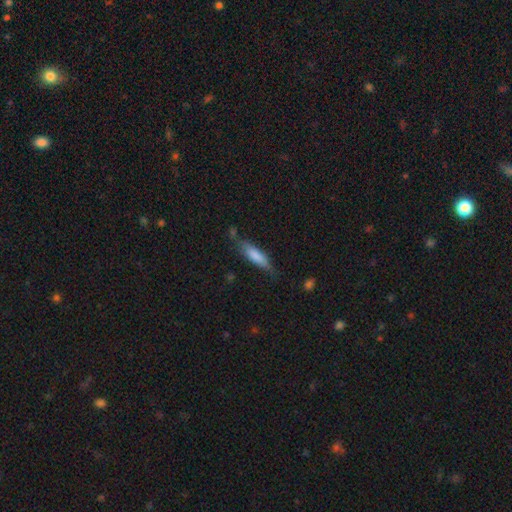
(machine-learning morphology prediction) This appears to be a smooth galaxy with no disk features (75%) that is cigar-shaped (65%). Merging: none (64%).